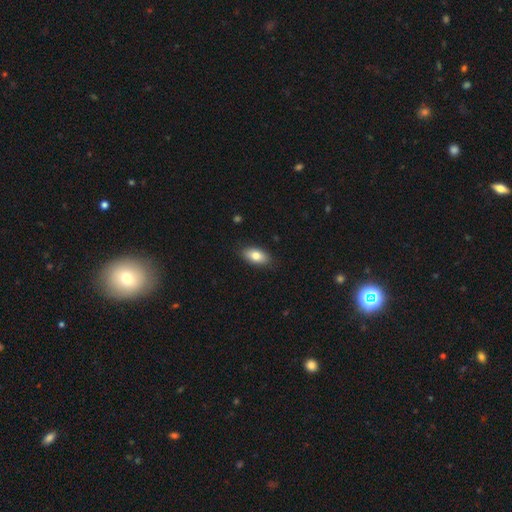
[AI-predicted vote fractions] Overall: smooth (80%). How rounded: in between (92%). Merging: none (87%).